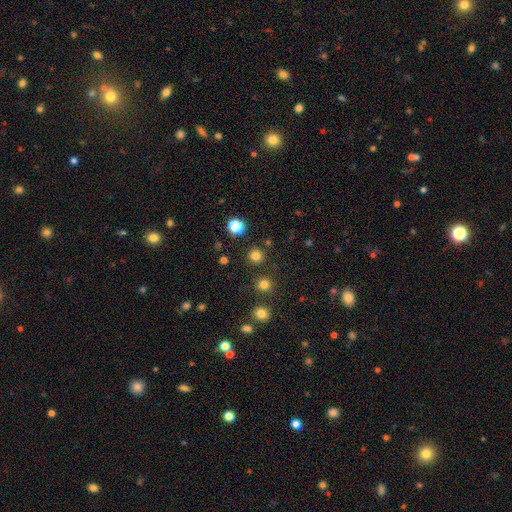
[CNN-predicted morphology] smooth 79%, star or artifact 17%, featured or disk 4%. Down the decision tree: how rounded — round (94%); merging — none (89%).